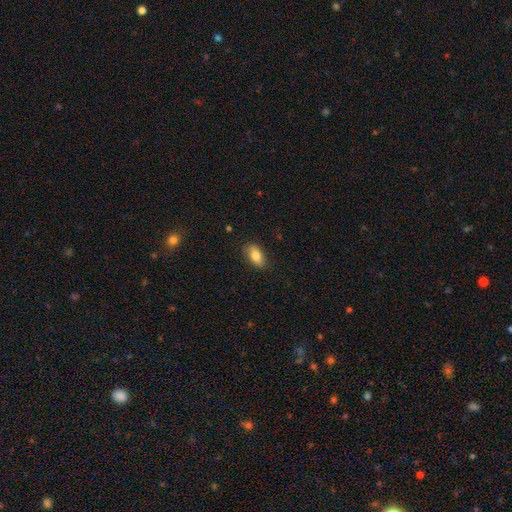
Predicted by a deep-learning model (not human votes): This appears to be a smooth galaxy with no disk features (81%) that is in between round and cigar-shaped (90%). Merging: none (82%).